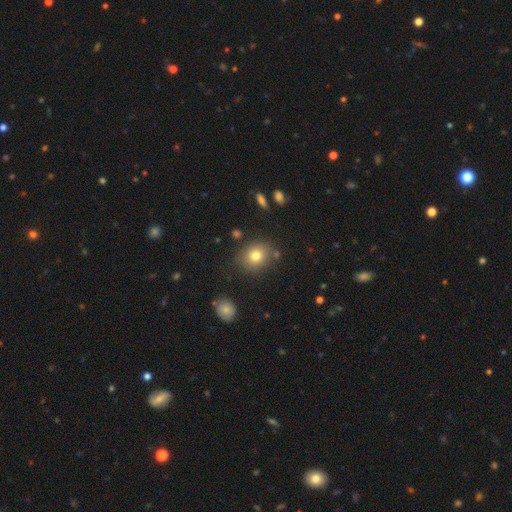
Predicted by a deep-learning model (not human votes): This is likely a smooth galaxy (76%). How rounded: likely round (63%). Merging: likely none (80%).